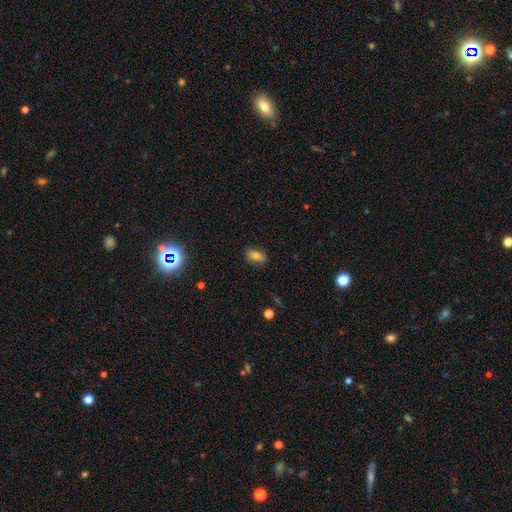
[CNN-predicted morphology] smooth-or-featured: smooth: 75% | featured or disk: 14% | star or artifact: 11%
  how-rounded: in between: 85% | round: 8% | cigar-shaped: 7%
  merging: none: 85% | minor disturbance: 11% | major disturbance: 2% | merger: 1%